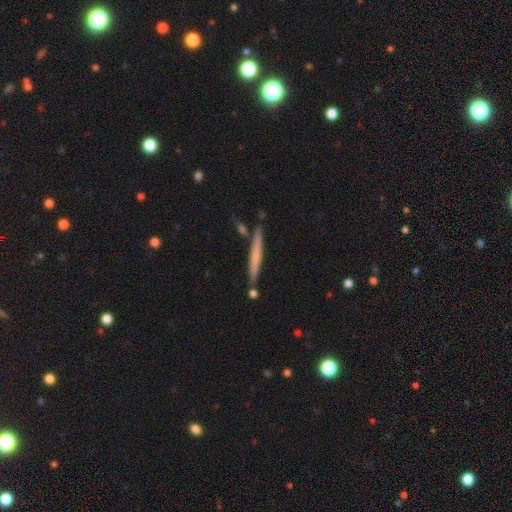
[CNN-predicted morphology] The model was most divided on "smooth or featured": smooth: 53%, featured or disk: 41%, star or artifact: 6%. More confident: how rounded — cigar-shaped (96%); merging — none (83%).